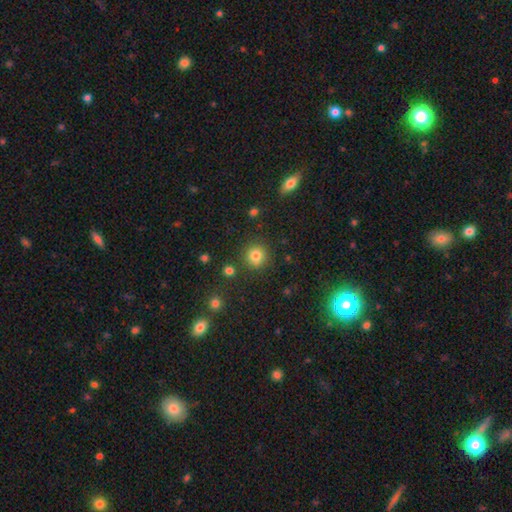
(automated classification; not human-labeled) Morphology: type=smooth (81%); roundness=round (93%); merging=none (84%).